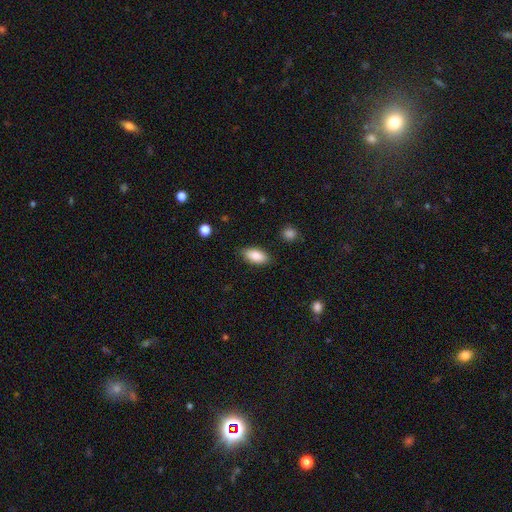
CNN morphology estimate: Q: Smooth or featured?
A: smooth (87%); runner-up: featured or disk (7%)
Q: How rounded?
A: in between (90%); runner-up: cigar-shaped (7%)
Q: Merging?
A: none (85%); runner-up: minor disturbance (11%)